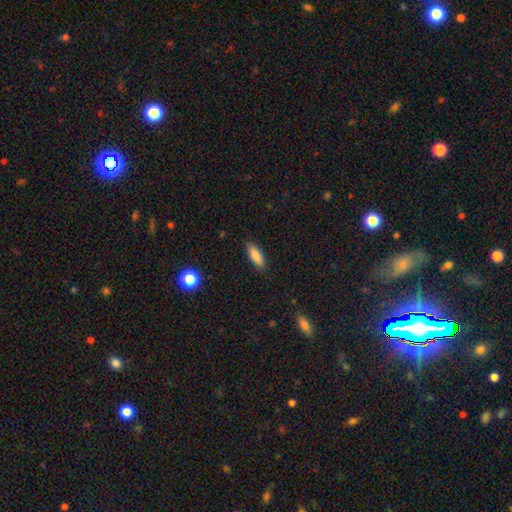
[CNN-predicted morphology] This appears to be a smooth galaxy with no disk features (85%) that is in between round and cigar-shaped (67%). Merging: none (87%).